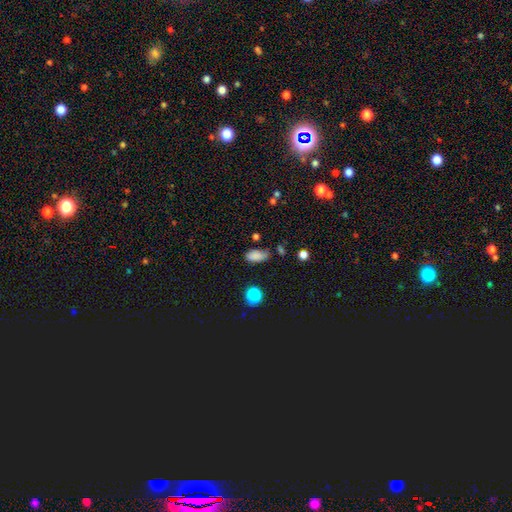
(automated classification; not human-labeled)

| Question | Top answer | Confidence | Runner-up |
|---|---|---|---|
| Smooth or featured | smooth | 83% | star or artifact (11%) |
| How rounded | in between | 89% | cigar-shaped (6%) |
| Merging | none | 60% | minor disturbance (27%) |